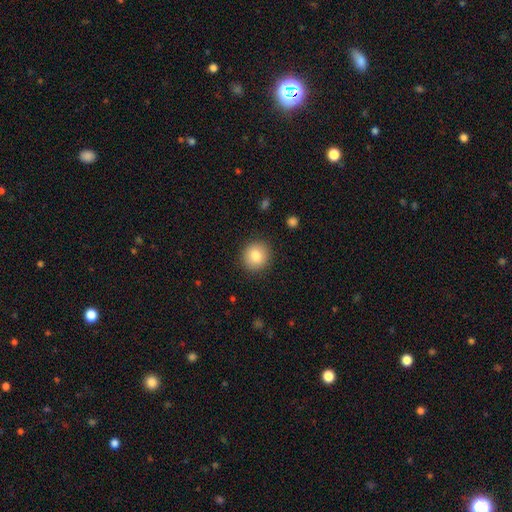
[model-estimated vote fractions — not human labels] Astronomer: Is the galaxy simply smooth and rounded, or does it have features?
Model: smooth — 83%.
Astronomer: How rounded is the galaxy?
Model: round — 88%.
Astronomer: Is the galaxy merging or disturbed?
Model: none — 90%.